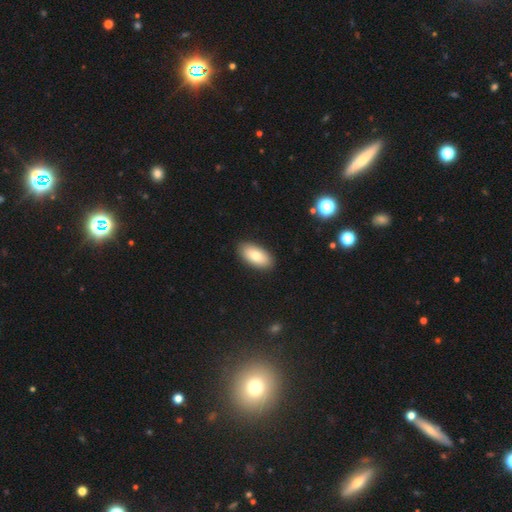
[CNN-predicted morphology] Smooth or featured? smooth (81%)
How rounded? in between (93%)
Merging? none (90%)